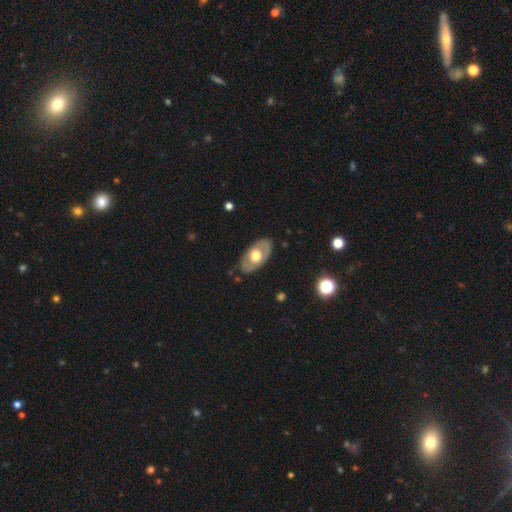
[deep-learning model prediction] smooth_or_featured: smooth (p=0.49) [alt: featured or disk p=0.46]
merging: none (p=0.82) [alt: minor disturbance p=0.13]